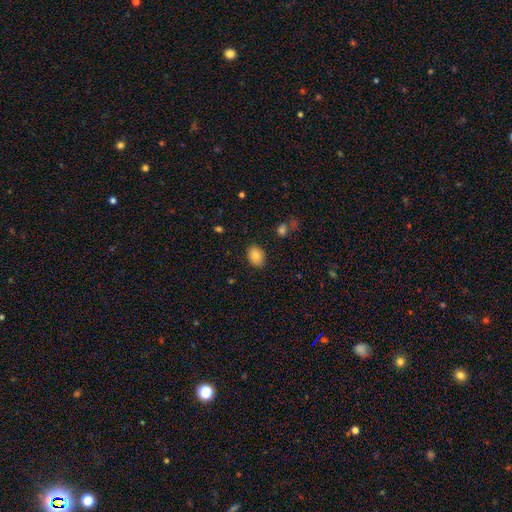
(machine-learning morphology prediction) type=smooth (84%); roundness=in between (79%); merging=none (85%).